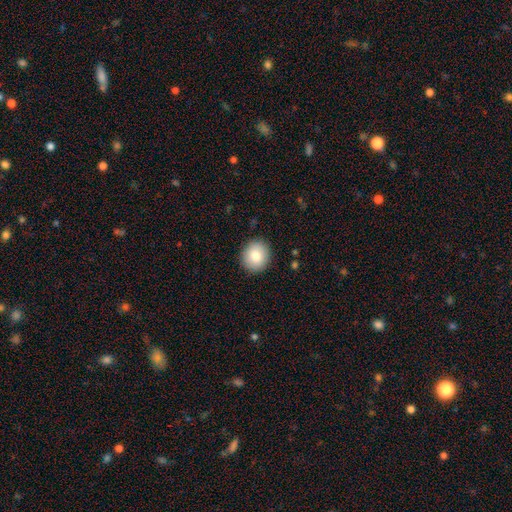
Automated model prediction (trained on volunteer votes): A smooth galaxy with no disk features (83%) that is round (80%). Merging: none (90%).